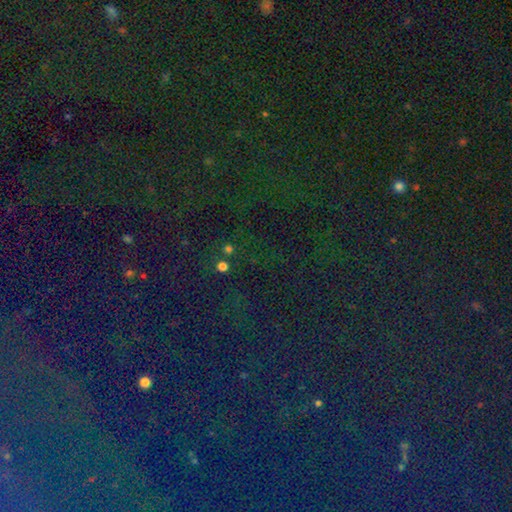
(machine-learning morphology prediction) smooth-or-featured: star or artifact: 81% | smooth: 11% | featured or disk: 8%